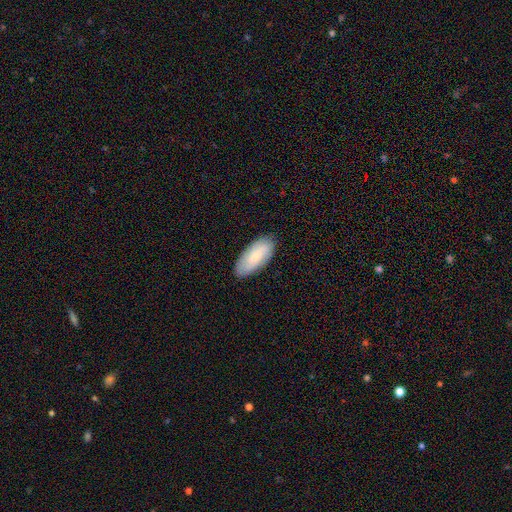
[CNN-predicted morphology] Smooth or featured? smooth (72%)
How rounded? in between (87%)
Merging? none (87%)